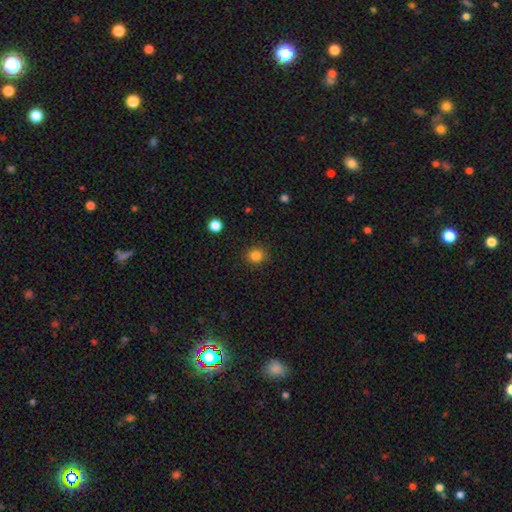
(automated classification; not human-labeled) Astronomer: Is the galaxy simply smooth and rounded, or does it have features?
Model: smooth — 83%.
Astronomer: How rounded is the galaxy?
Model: round — 88%.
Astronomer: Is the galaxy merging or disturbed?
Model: none — 89%.